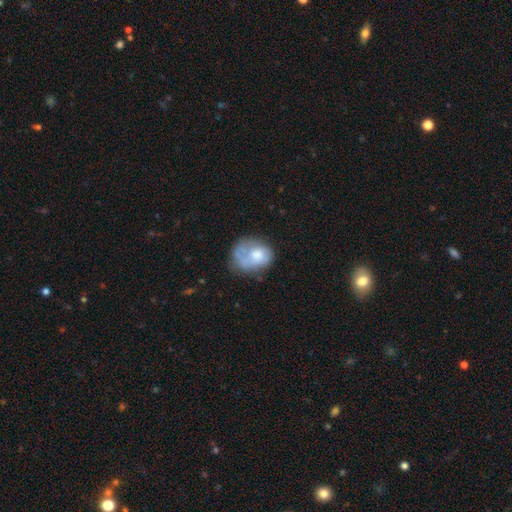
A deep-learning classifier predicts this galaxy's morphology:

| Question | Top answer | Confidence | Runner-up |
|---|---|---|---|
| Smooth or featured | smooth | 56% | featured or disk (37%) |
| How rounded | in between | 53% | round (46%) |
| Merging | none | 33% | major disturbance (32%) |